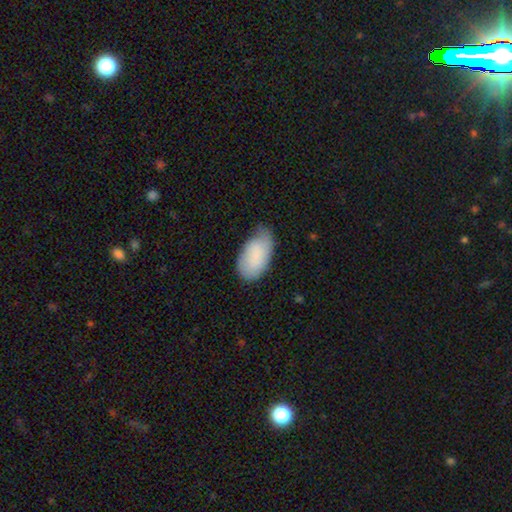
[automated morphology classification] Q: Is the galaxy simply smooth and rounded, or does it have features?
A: smooth — 80%.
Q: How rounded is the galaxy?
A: in between — 95%.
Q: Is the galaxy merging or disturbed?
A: none — 47%.